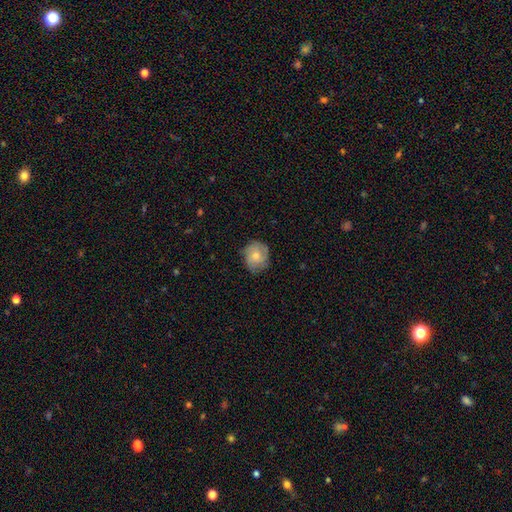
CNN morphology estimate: A smooth galaxy with no disk features (66%) that is round (77%). Merging: none (74%).